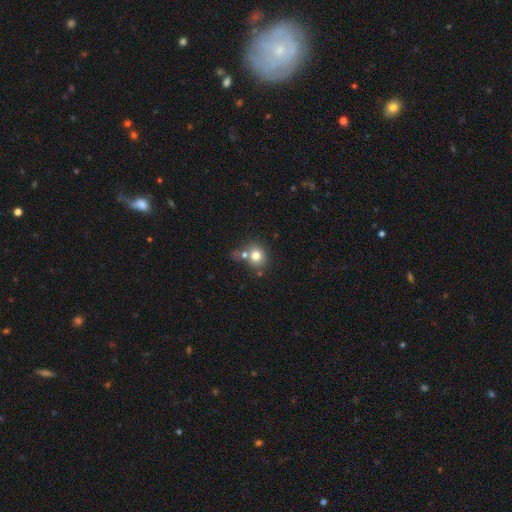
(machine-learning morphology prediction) Q: Smooth or featured?
A: smooth (76%); runner-up: star or artifact (12%)
Q: How rounded?
A: round (77%); runner-up: in between (22%)
Q: Merging?
A: none (53%); runner-up: merger (31%)